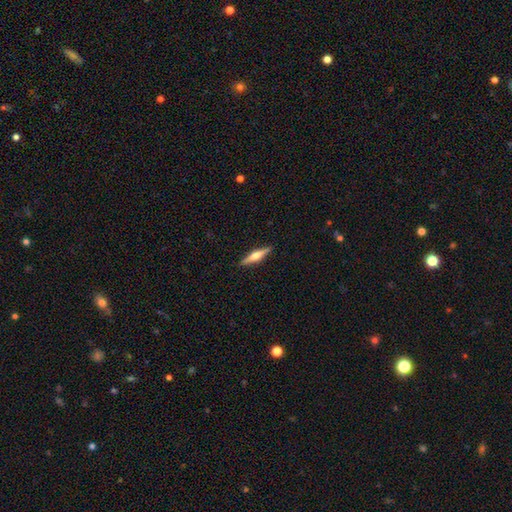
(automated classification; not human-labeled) Q: Smooth or featured?
A: featured or disk (62%); runner-up: smooth (33%)
Q: Edge-on disk?
A: yes (97%); runner-up: no (3%)
Q: Edge-on bulge?
A: rounded (90%); runner-up: boxy (7%)
Q: Merging?
A: none (91%); runner-up: minor disturbance (7%)